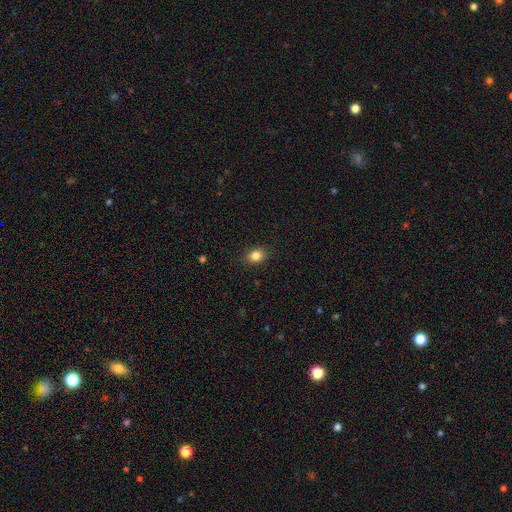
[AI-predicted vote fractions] Smooth or featured? smooth (84%)
How rounded? in between (56%)
Merging? none (88%)